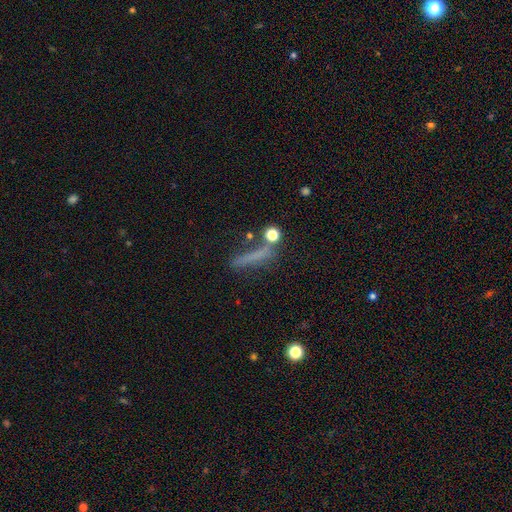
A smooth galaxy with no disk features (64%) that is cigar-shaped (84%).

Vote fractions:
- Smooth or featured? smooth: 64% / featured or disk: 26% / star or artifact: 10%
- How rounded? cigar-shaped: 84% / in between: 12% / round: 4%
- Merging? none: 51% / minor disturbance: 20% / merger: 17% / major disturbance: 11%